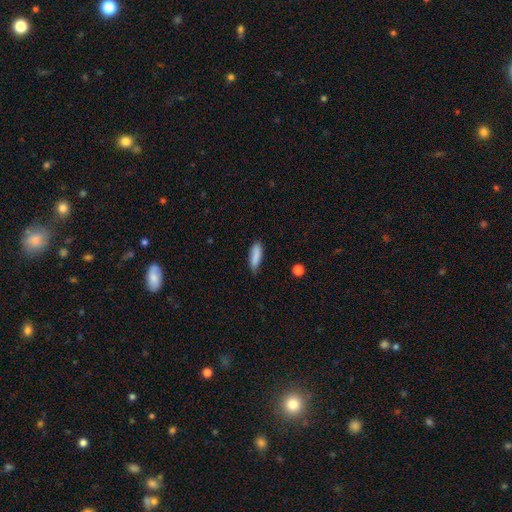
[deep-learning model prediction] A smooth galaxy with no disk features (85%) that is cigar-shaped (55%). Merging: none (71%).